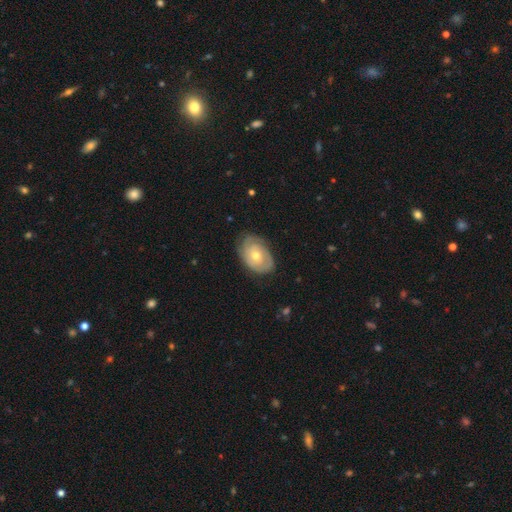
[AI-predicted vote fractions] The model was most divided on "bulge size": moderate: 64%, small: 32%, large: 2%, none: 1%, dominant: 1%. More confident: edge-on disk — no (95%); bar — no (81%); spiral arms — yes (77%); merging — none (76%); smooth or featured — featured or disk (67%).